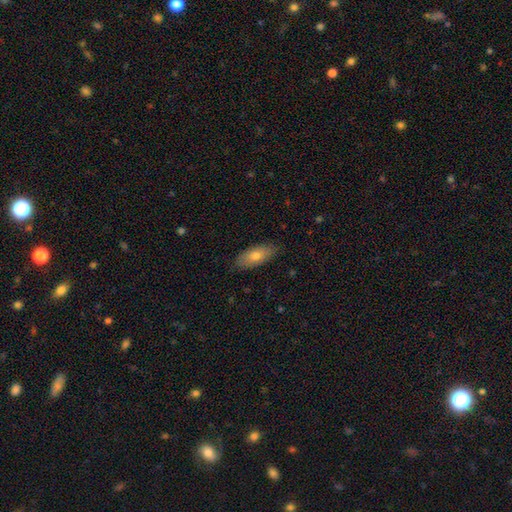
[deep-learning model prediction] Q: Smooth or featured?
A: smooth (71%); runner-up: featured or disk (22%)
Q: How rounded?
A: in between (81%); runner-up: cigar-shaped (16%)
Q: Merging?
A: none (85%); runner-up: minor disturbance (12%)